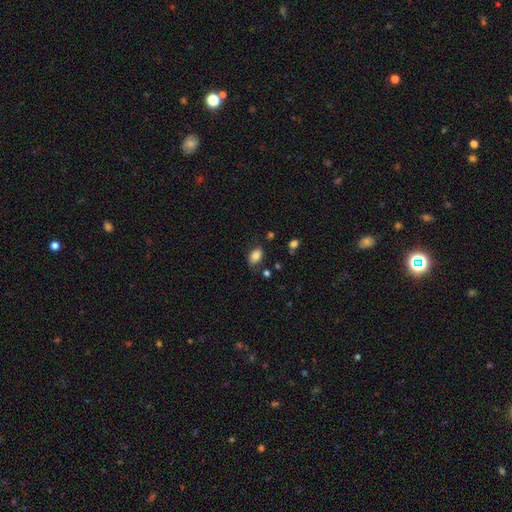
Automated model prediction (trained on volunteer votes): Q: Smooth or featured?
A: smooth (82%); runner-up: featured or disk (10%)
Q: How rounded?
A: in between (88%); runner-up: round (10%)
Q: Merging?
A: none (74%); runner-up: minor disturbance (18%)